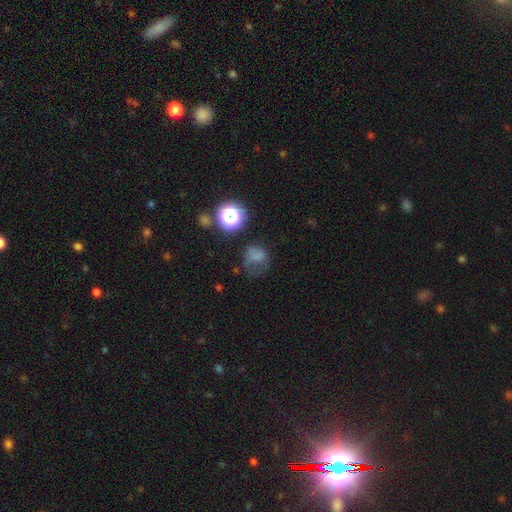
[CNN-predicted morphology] Smooth or featured? Predicted: smooth (p=0.62). How rounded? Predicted: round (p=0.66). Merging? Predicted: none (p=0.39).